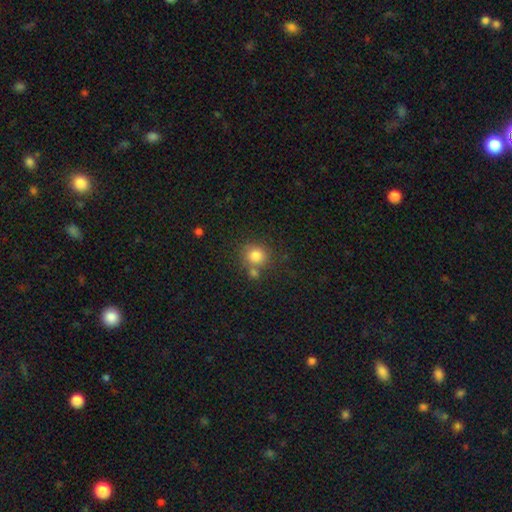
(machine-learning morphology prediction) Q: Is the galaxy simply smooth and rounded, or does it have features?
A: smooth — 82%.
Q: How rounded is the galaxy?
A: round — 84%.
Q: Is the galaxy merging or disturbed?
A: none — 66%.